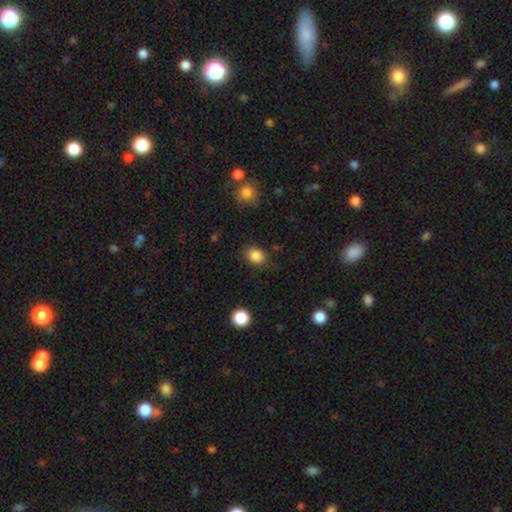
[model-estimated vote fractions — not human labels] The model was most divided on "how rounded": in between: 53%, round: 46%, cigar-shaped: 1%. More confident: smooth or featured — smooth (86%); merging — none (78%).